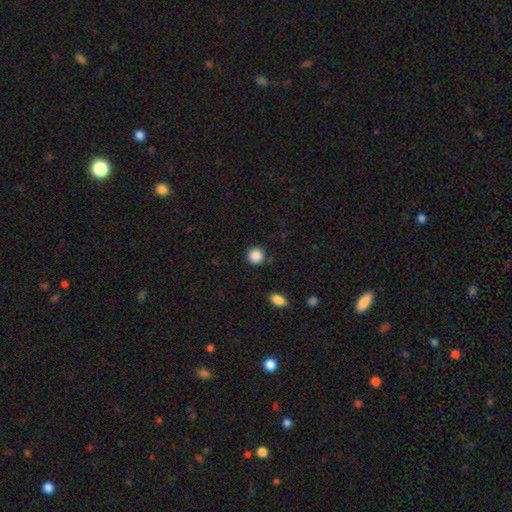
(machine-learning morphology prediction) Q: Smooth or featured?
A: smooth (88%); runner-up: star or artifact (9%)
Q: How rounded?
A: round (92%); runner-up: in between (7%)
Q: Merging?
A: none (88%); runner-up: minor disturbance (8%)